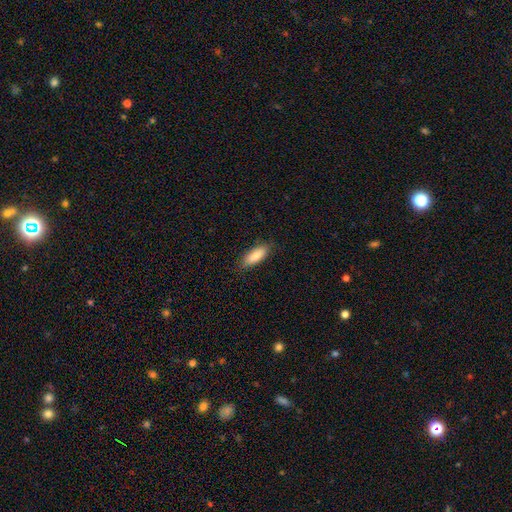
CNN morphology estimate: The model was most divided on "how rounded": in between: 67%, cigar-shaped: 32%, round: 2%. More confident: smooth or featured — smooth (85%); merging — none (84%).